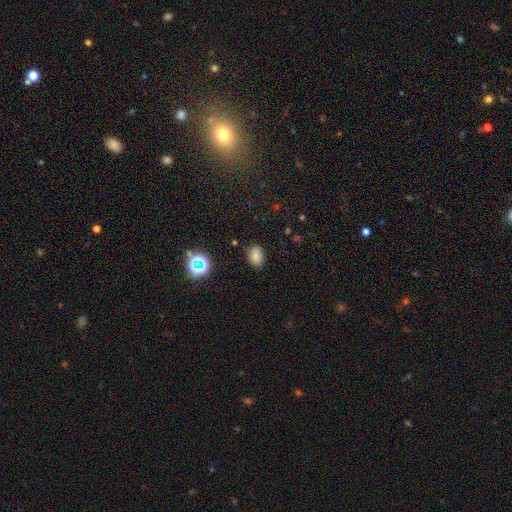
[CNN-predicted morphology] type=smooth (77%); roundness=in between (77%); merging=none (83%).